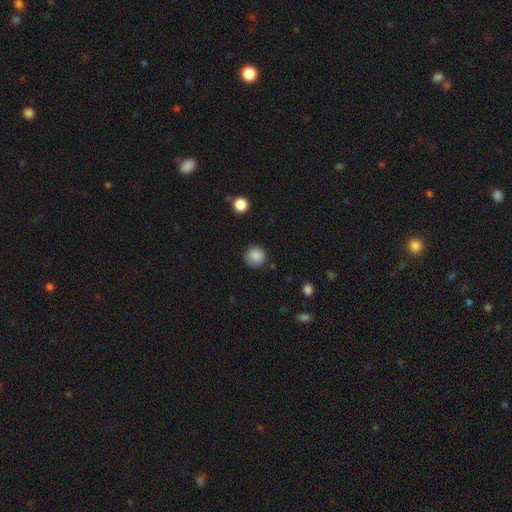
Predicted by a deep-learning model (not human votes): Q: Smooth or featured?
A: smooth (86%); runner-up: star or artifact (9%)
Q: How rounded?
A: round (92%); runner-up: in between (7%)
Q: Merging?
A: none (81%); runner-up: minor disturbance (14%)